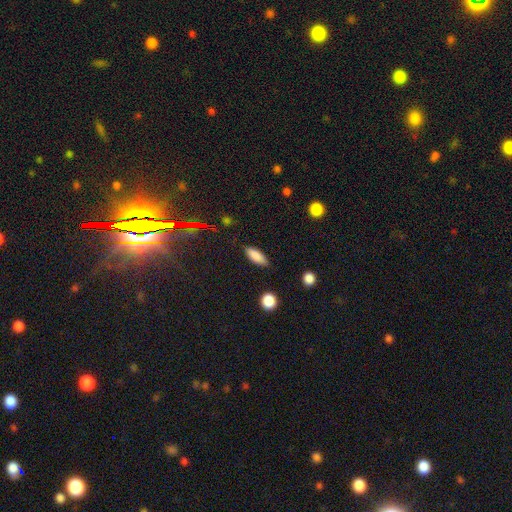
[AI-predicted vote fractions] A smooth galaxy with no disk features (84%) that is in between round and cigar-shaped (63%).

Vote fractions:
- Smooth or featured? smooth: 84% / featured or disk: 8% / star or artifact: 8%
- How rounded? in between: 63% / cigar-shaped: 34% / round: 2%
- Merging? none: 84% / minor disturbance: 12% / major disturbance: 3% / merger: 2%